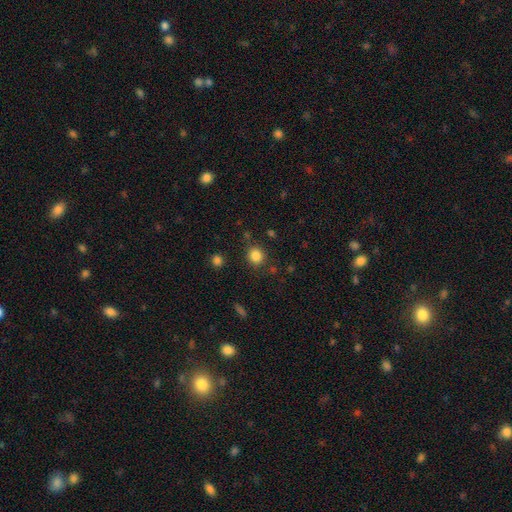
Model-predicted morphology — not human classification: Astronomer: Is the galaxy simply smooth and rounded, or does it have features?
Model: smooth — 84%.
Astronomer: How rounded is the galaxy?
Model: round — 84%.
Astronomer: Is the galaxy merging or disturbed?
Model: none — 83%.